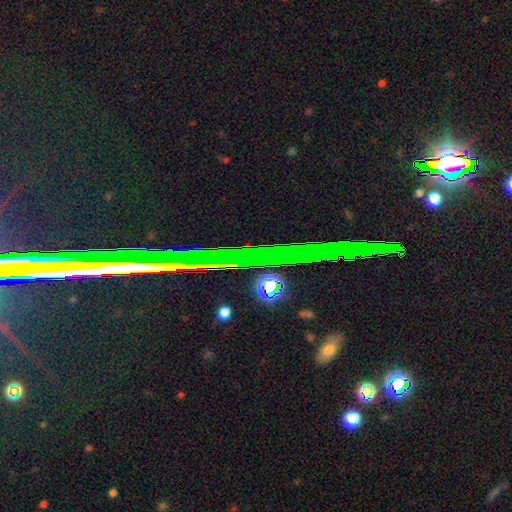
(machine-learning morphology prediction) The model was most divided on "smooth or featured": star or artifact: 67%, featured or disk: 17%, smooth: 16%.